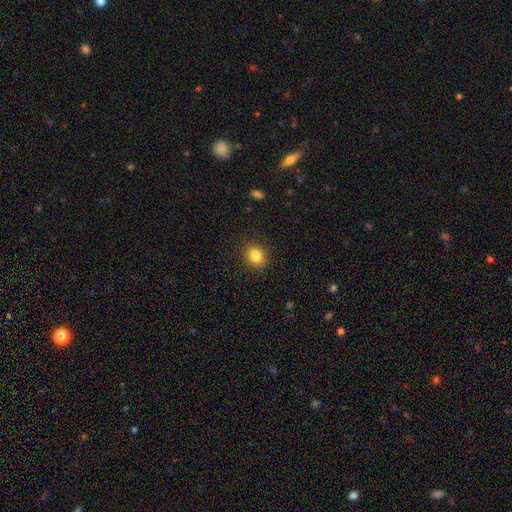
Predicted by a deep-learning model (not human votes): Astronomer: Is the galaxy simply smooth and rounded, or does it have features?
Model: smooth — 83%.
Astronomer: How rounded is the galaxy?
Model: round — 62% (runner-up: in between, 37%).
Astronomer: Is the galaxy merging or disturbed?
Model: none — 88%.